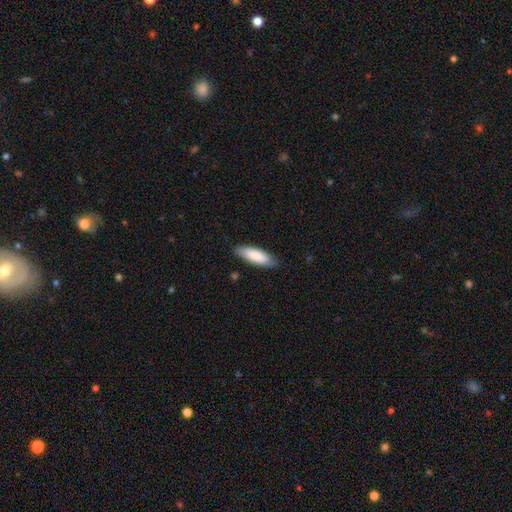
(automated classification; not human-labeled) This appears to be a smooth galaxy with no disk features (86%) that is in between round and cigar-shaped (53%). Merging: none (85%).